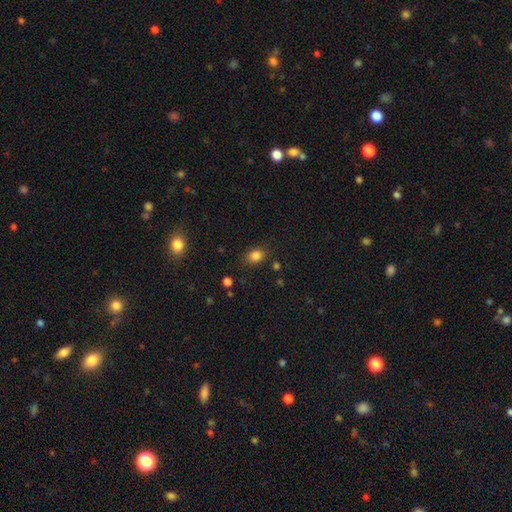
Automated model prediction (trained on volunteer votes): This appears to be a smooth galaxy with no disk features (83%) that is in between round and cigar-shaped (62%). Merging: none (80%).